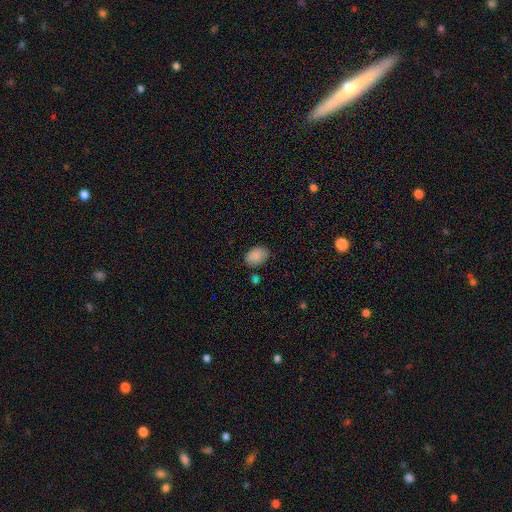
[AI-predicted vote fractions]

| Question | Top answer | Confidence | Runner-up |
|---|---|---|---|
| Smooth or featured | smooth | 86% | star or artifact (8%) |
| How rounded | in between | 74% | round (25%) |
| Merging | none | 65% | minor disturbance (24%) |